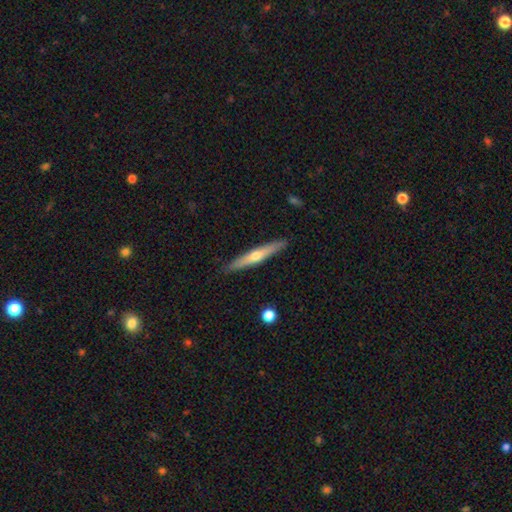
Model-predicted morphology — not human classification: smooth_or_featured: featured or disk (p=0.54) [alt: smooth p=0.40]
disk_edge_on: yes (p=0.94) [alt: no p=0.06]
edge_on_bulge: rounded (p=0.83) [alt: none p=0.15]
merging: none (p=0.90) [alt: minor disturbance p=0.08]